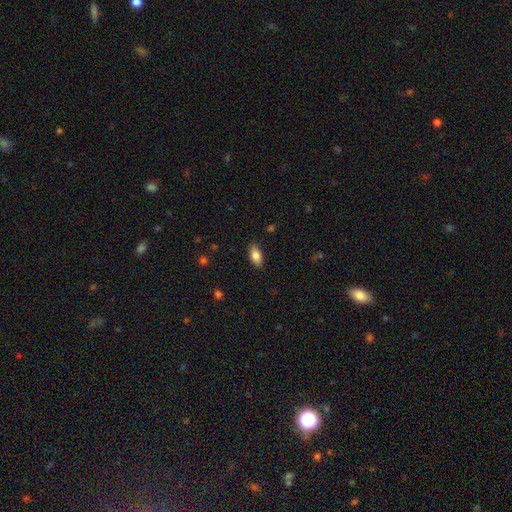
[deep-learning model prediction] smooth_or_featured: smooth (p=0.82) [alt: featured or disk p=0.11]
how_rounded: in between (p=0.89) [alt: cigar-shaped p=0.09]
merging: none (p=0.87) [alt: minor disturbance p=0.10]